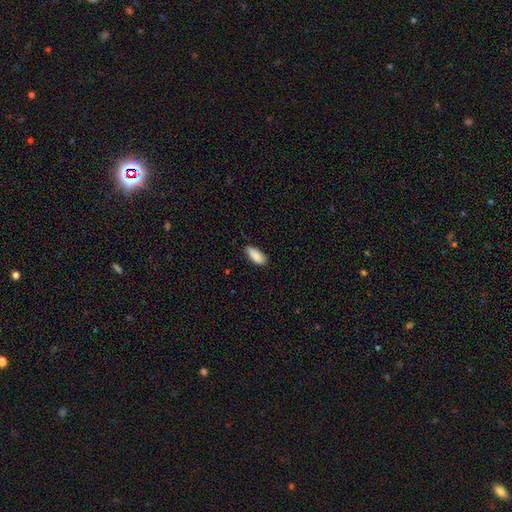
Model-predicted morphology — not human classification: Overall: smooth (89%). How rounded: in between (85%). Merging: none (79%).